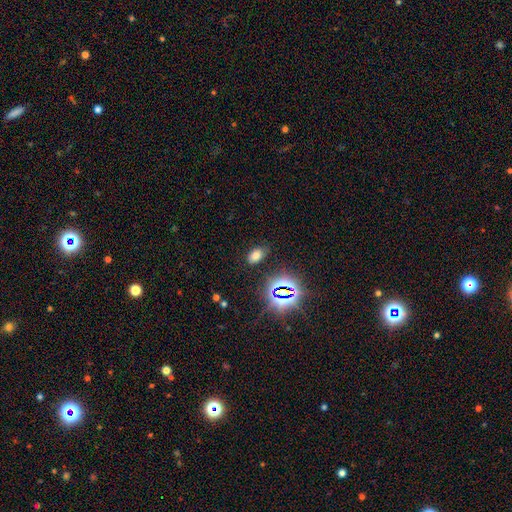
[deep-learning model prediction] A smooth galaxy with no disk features (67%) that is in between round and cigar-shaped (89%). Merging: none (81%).